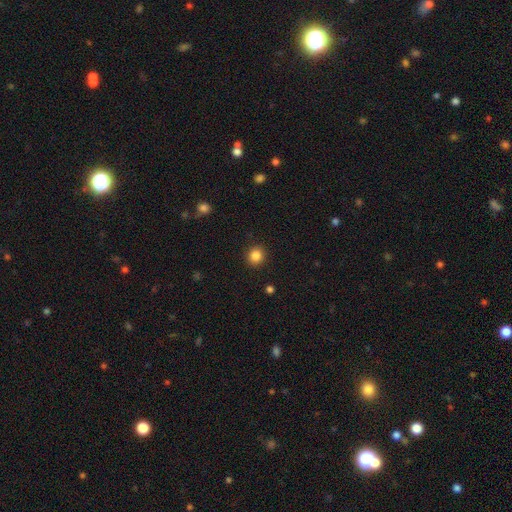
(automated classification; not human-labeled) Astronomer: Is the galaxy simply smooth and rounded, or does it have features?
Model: smooth — 86%.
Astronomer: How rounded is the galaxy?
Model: round — 90%.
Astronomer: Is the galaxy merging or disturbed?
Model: none — 92%.